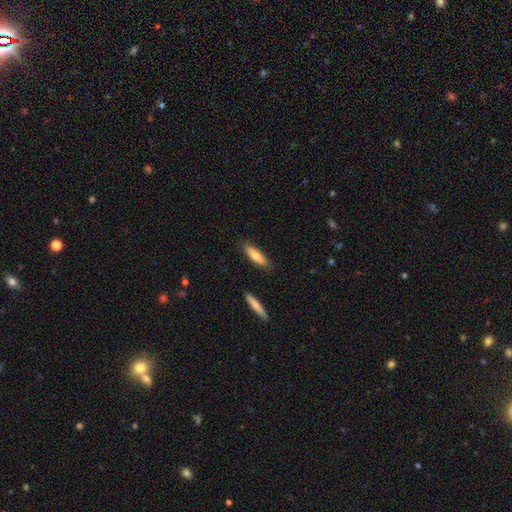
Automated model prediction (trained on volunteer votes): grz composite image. It shows a smooth galaxy with no disk features (79%) that is cigar-shaped (68%). Merging: none (87%).